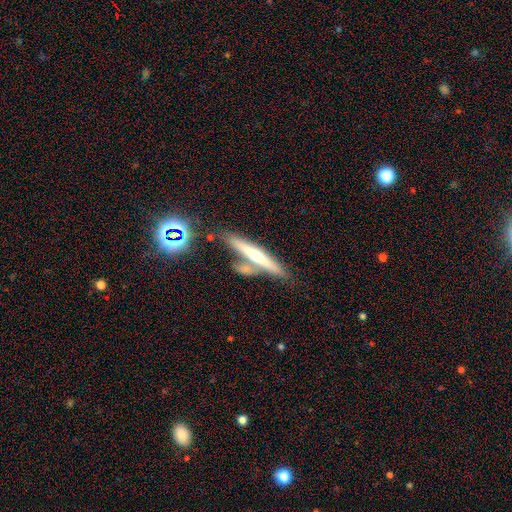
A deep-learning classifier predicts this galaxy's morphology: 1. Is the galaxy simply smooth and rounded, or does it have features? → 55% featured or disk, 34% smooth, 11% star or artifact.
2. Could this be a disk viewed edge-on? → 92% yes, 8% no.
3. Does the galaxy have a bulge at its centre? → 79% rounded, 16% none, 5% boxy.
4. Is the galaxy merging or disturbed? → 66% none, 19% merger, 12% minor disturbance, 4% major disturbance.